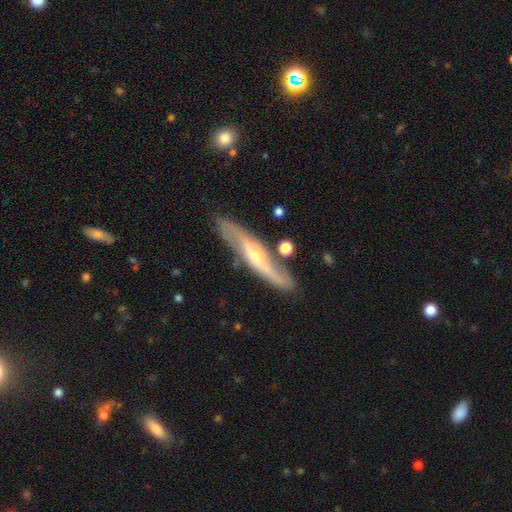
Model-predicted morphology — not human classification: This is likely a featured or disk galaxy (75%). It is possibly not viewed edge-on (52%). Merging: likely none (76%).